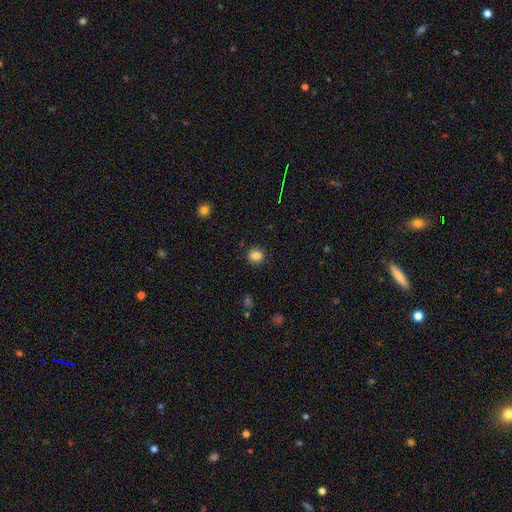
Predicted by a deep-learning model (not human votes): smooth-or-featured: smooth: 85% | star or artifact: 11% | featured or disk: 4%
  how-rounded: round: 74% | in between: 25% | cigar-shaped: 1%
  merging: none: 88% | minor disturbance: 8% | major disturbance: 3% | merger: 1%